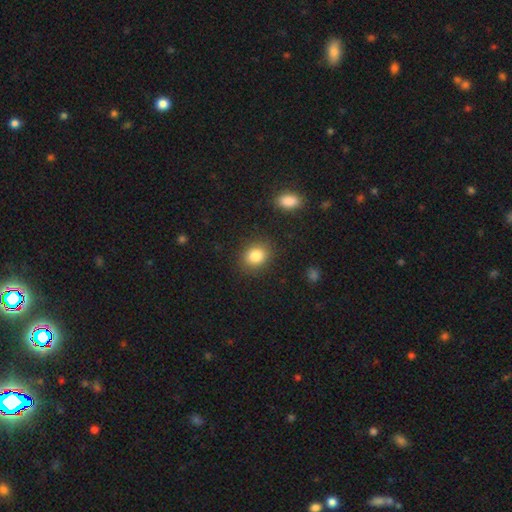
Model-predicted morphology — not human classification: This appears to be a smooth galaxy with no disk features (85%) that is round (58%). Merging: none (86%).